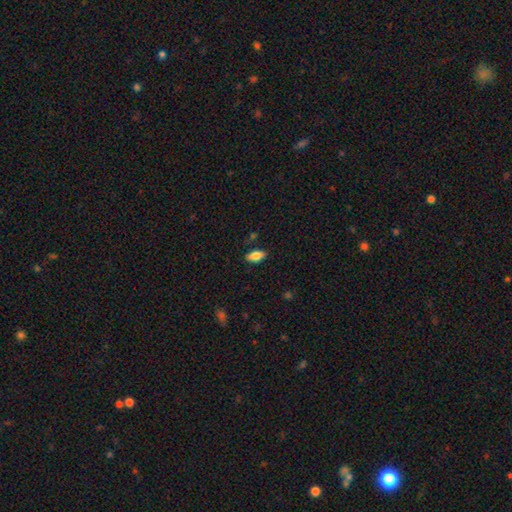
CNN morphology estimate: smooth_or_featured: smooth (p=0.82) [alt: featured or disk p=0.10]
how_rounded: in between (p=0.90) [alt: cigar-shaped p=0.07]
merging: none (p=0.85) [alt: minor disturbance p=0.11]